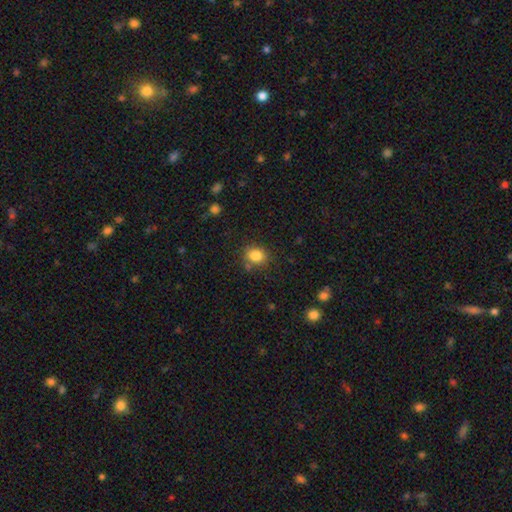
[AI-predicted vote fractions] Q: Smooth or featured?
A: smooth (83%); runner-up: star or artifact (11%)
Q: How rounded?
A: round (59%); runner-up: in between (40%)
Q: Merging?
A: none (77%); runner-up: minor disturbance (13%)